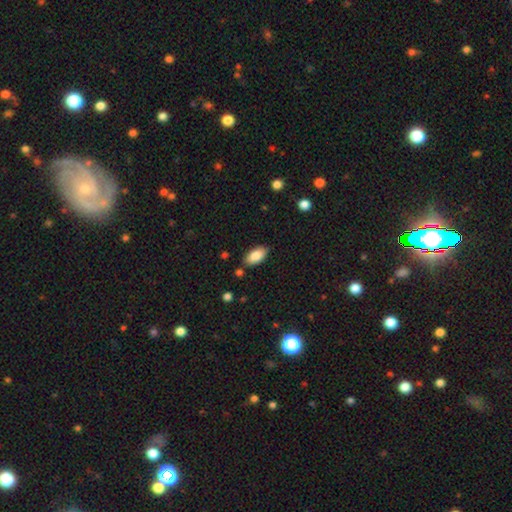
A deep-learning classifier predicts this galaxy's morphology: Smooth or featured?
  - smooth: 85% *
  - featured or disk: 8%
  - star or artifact: 7%
How rounded?
  - in between: 93% *
  - cigar-shaped: 4%
  - round: 3%
Merging?
  - none: 83% *
  - minor disturbance: 12%
  - merger: 3%
  - major disturbance: 2%